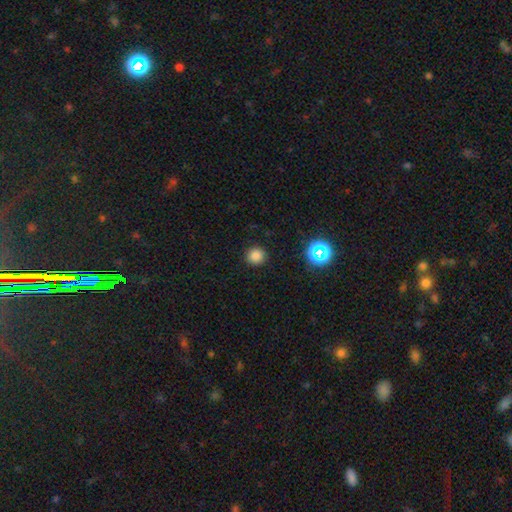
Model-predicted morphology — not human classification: Smooth or featured? smooth (81%)
How rounded? round (91%)
Merging? none (90%)